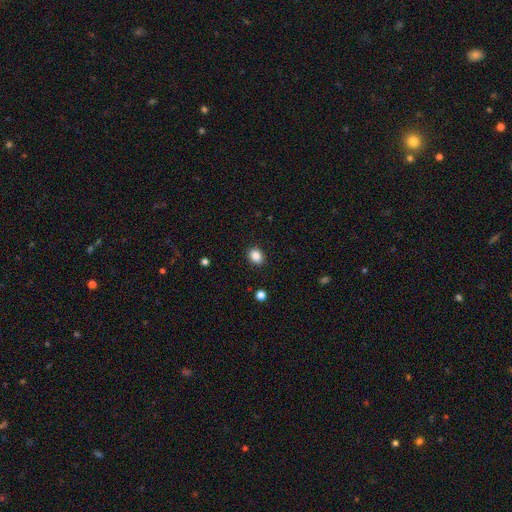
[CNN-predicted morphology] smooth 87%, star or artifact 10%, featured or disk 4%. Down the decision tree: how rounded — in between (52%); merging — none (90%).